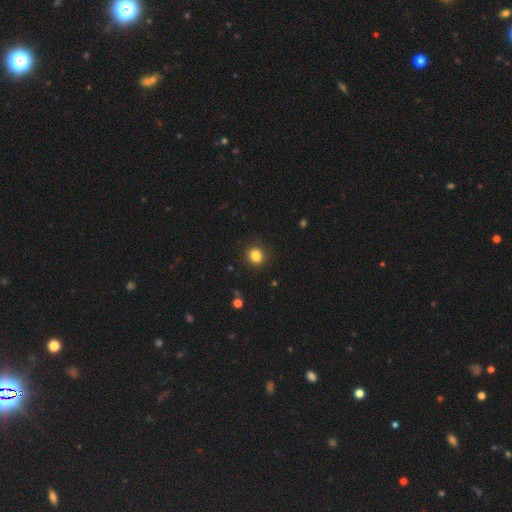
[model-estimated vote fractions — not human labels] Smooth or featured: smooth — 84% (star or artifact — 11%)
How rounded: round — 84% (in between — 15%)
Merging: none — 90% (minor disturbance — 7%)